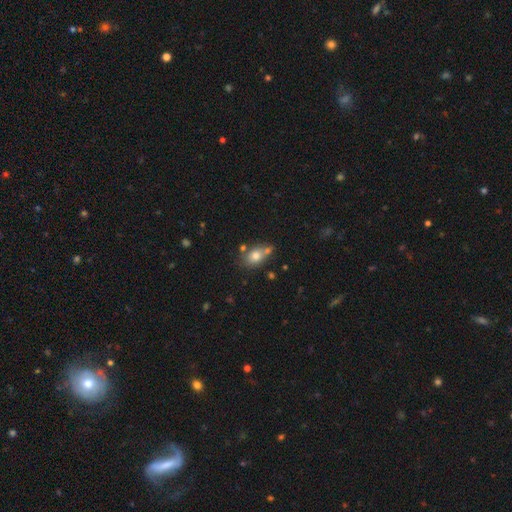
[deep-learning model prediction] Smooth or featured: smooth — 75% (featured or disk — 14%)
How rounded: in between — 64% (round — 34%)
Merging: none — 53% (merger — 25%)